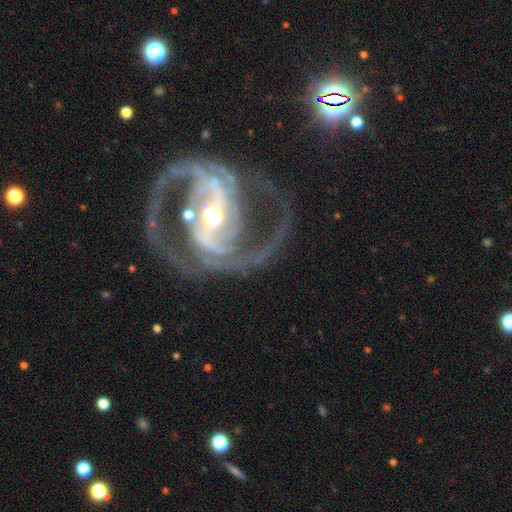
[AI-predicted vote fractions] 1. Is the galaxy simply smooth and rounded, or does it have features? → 93% featured or disk, 5% star or artifact, 3% smooth.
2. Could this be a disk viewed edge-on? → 97% no, 3% yes.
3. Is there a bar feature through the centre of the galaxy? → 64% strong, 24% weak, 12% no.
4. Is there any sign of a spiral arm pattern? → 98% yes, 2% no.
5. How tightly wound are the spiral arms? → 60% medium, 25% tight, 15% loose.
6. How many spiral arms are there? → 91% 2, 3% 3, 2% can't tell, 1% 1, 1% 4, 1% more than 4.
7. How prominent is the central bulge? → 47% moderate, 45% small, 5% large, 1% dominant, 1% none.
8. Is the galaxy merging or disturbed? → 73% none, 13% minor disturbance, 12% major disturbance, 2% merger.